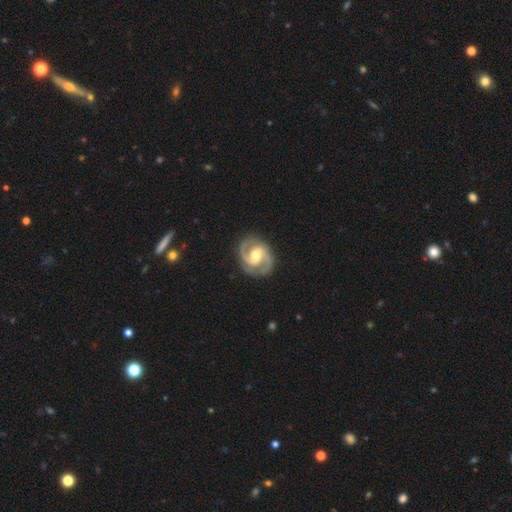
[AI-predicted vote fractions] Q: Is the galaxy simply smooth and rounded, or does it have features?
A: featured or disk — 92%.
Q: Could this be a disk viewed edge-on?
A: no — 98%.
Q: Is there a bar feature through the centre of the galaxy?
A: weak — 47%.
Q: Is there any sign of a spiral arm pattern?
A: yes — 98%.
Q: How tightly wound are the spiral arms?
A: medium — 57%.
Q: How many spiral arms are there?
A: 2 — 93%.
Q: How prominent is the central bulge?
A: moderate — 72%.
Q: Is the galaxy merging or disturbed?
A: none — 87%.